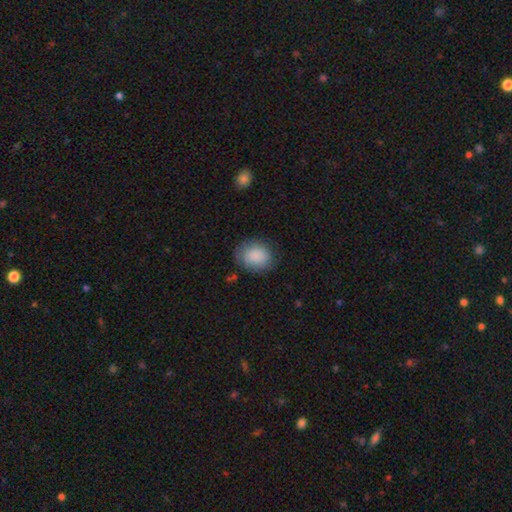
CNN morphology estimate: This appears to be a smooth galaxy with no disk features (87%) that is round (60%). Merging: none (77%).